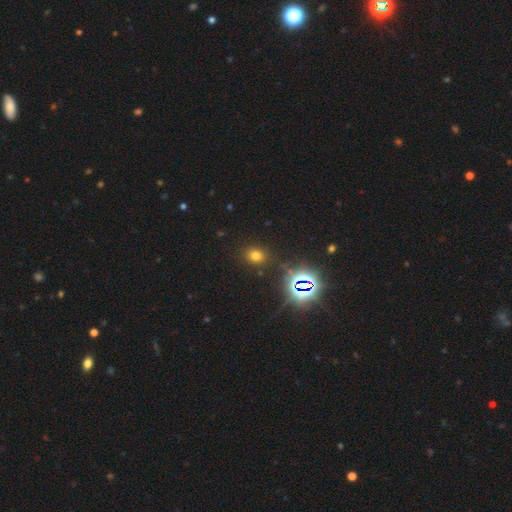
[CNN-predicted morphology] A smooth galaxy with no disk features (65%) that is round (62%). Merging: none (85%).